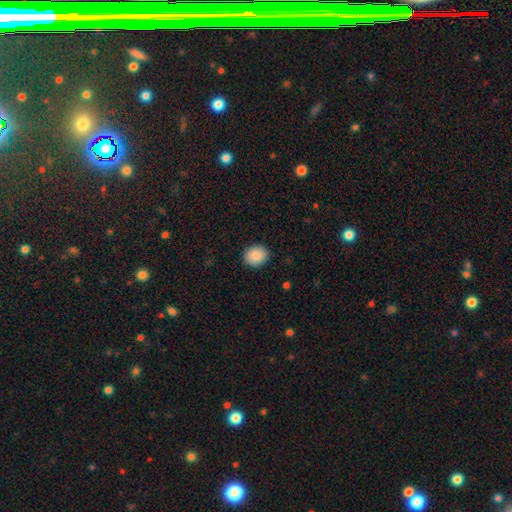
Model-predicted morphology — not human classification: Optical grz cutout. It shows a smooth galaxy with no disk features (88%) that is round (77%). Merging: none (90%).